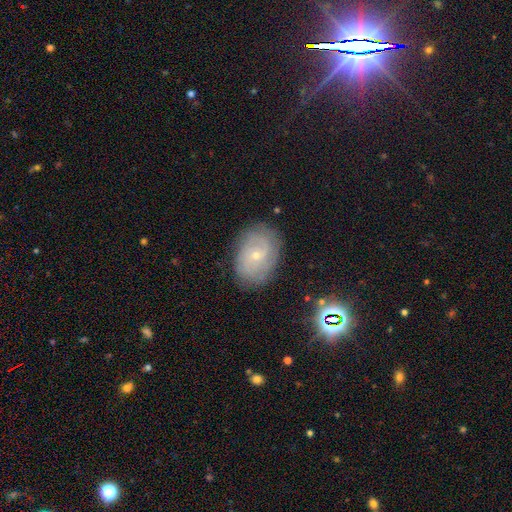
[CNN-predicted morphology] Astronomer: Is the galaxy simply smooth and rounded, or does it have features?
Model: featured or disk — 62%.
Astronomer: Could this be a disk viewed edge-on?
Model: no — 96%.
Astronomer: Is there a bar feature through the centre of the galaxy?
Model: no — 69%.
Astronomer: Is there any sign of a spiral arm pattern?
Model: yes — 80%.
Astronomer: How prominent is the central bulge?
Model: small — 79%.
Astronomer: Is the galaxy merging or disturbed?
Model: none — 79%.